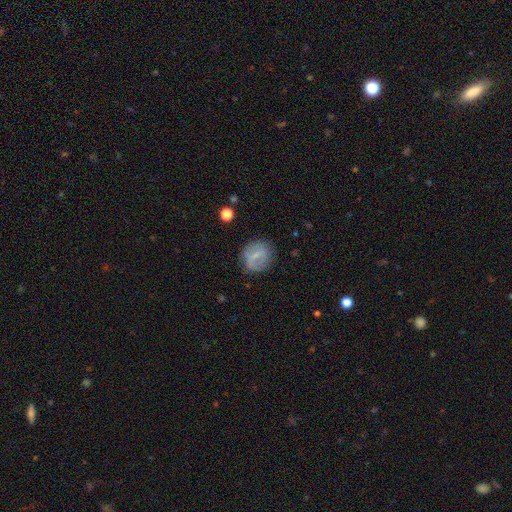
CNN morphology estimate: smooth-or-featured: smooth: 51% | featured or disk: 41% | star or artifact: 8%
  how-rounded: round: 75% | in between: 23% | cigar-shaped: 2%
  merging: none: 78% | minor disturbance: 15% | major disturbance: 6% | merger: 2%